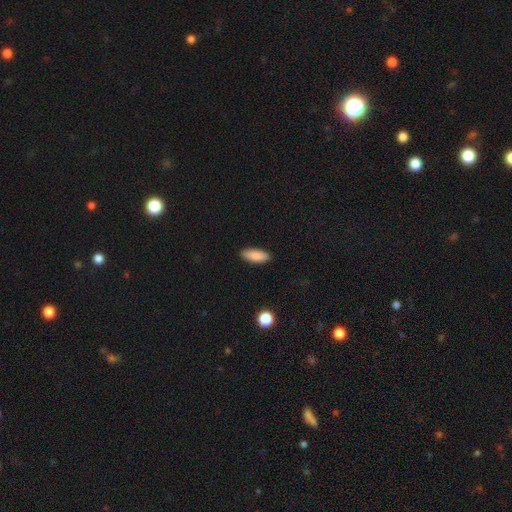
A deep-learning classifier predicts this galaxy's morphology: Overall: smooth (88%). How rounded: in between (74%). Merging: none (89%).